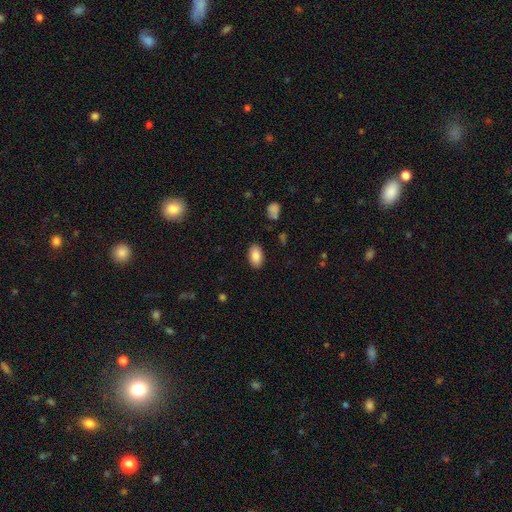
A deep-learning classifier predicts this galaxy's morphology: Q: Smooth or featured?
A: smooth (86%); runner-up: featured or disk (7%)
Q: How rounded?
A: in between (94%); runner-up: round (4%)
Q: Merging?
A: none (88%); runner-up: minor disturbance (9%)